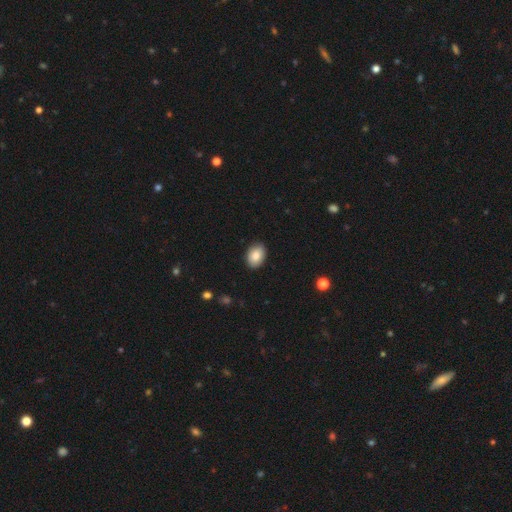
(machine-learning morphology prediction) Smooth or featured?
  - smooth: 86% *
  - featured or disk: 7%
  - star or artifact: 7%
How rounded?
  - in between: 82% *
  - round: 17%
  - cigar-shaped: 1%
Merging?
  - none: 88% *
  - minor disturbance: 9%
  - major disturbance: 2%
  - merger: 1%